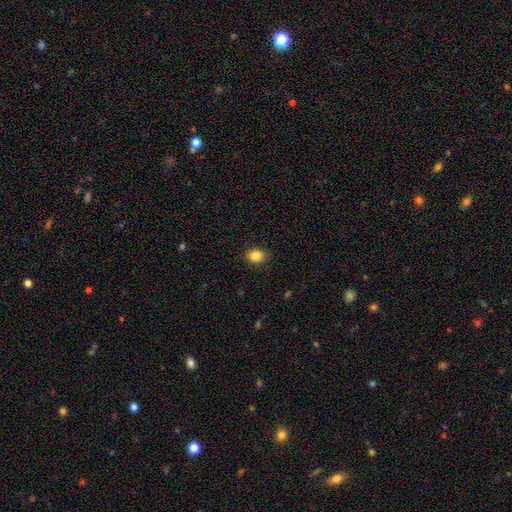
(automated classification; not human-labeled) Smooth or featured? smooth (86%)
How rounded? round (51%)
Merging? none (89%)